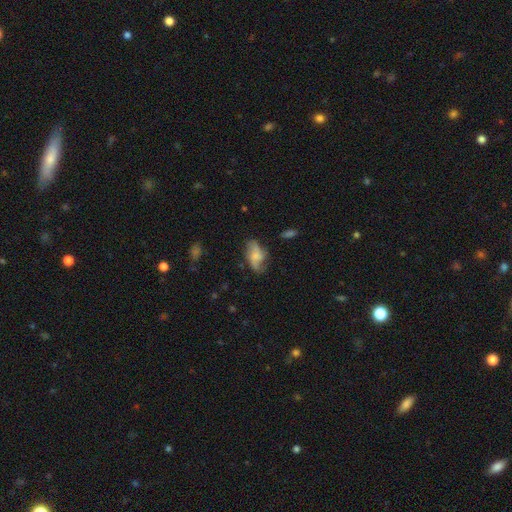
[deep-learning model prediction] Overall: smooth (50%; featured or disk 41%). Merging: none (52%; minor disturbance 28%).